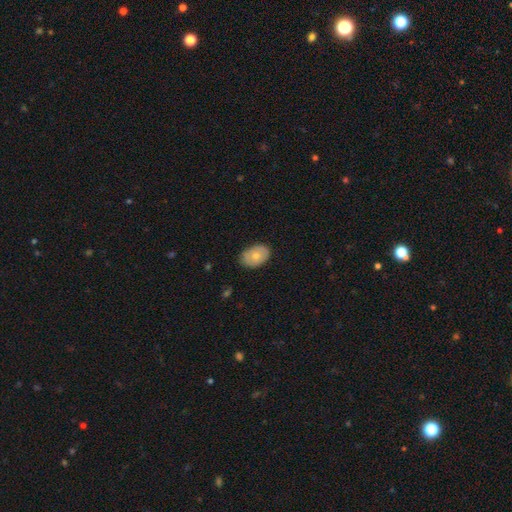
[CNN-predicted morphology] Smooth or featured?
  - smooth: 72% *
  - featured or disk: 21%
  - star or artifact: 7%
How rounded?
  - in between: 85% *
  - round: 14%
  - cigar-shaped: 1%
Merging?
  - none: 81% *
  - minor disturbance: 15%
  - major disturbance: 3%
  - merger: 1%